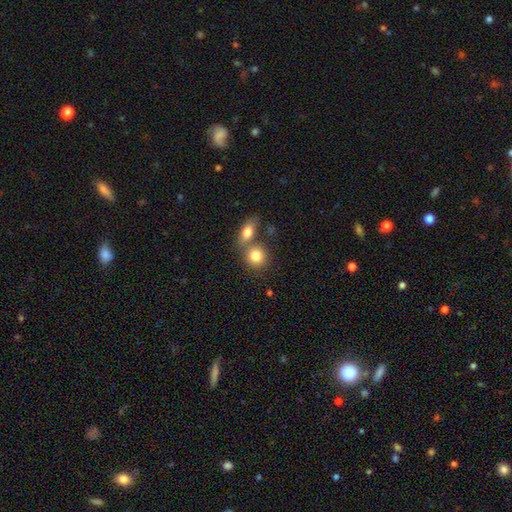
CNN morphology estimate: Overall: smooth (81%). How rounded: round (74%). Merging: none (47%; merger 41%).